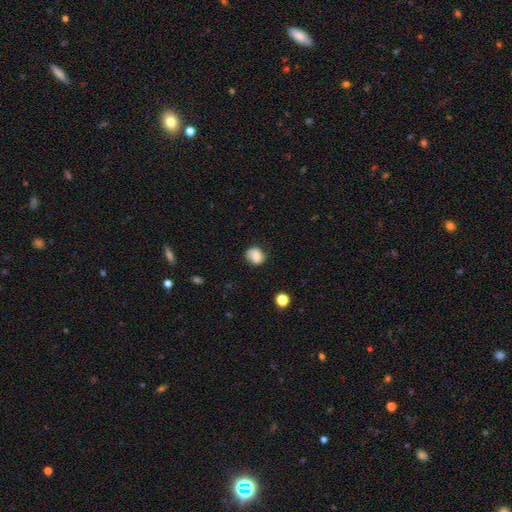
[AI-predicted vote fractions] Smooth or featured? smooth (61%)
How rounded? round (68%)
Merging? none (69%)